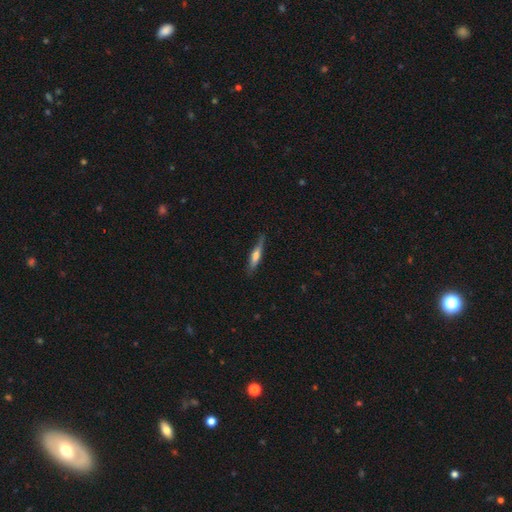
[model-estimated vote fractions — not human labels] Smooth or featured? smooth (53%)
How rounded? cigar-shaped (84%)
Merging? none (76%)